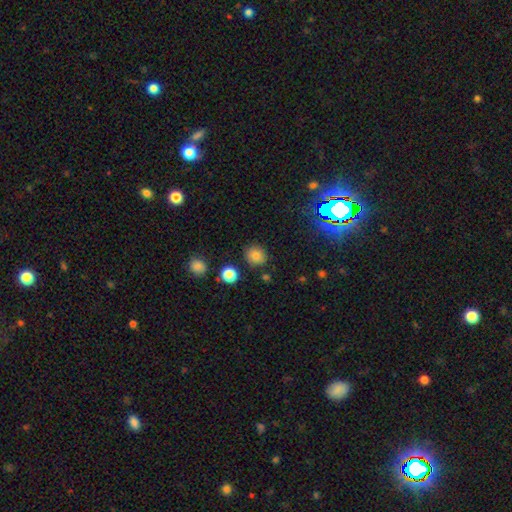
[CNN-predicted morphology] Overall: smooth (79%). How rounded: round (83%). Merging: none (84%).